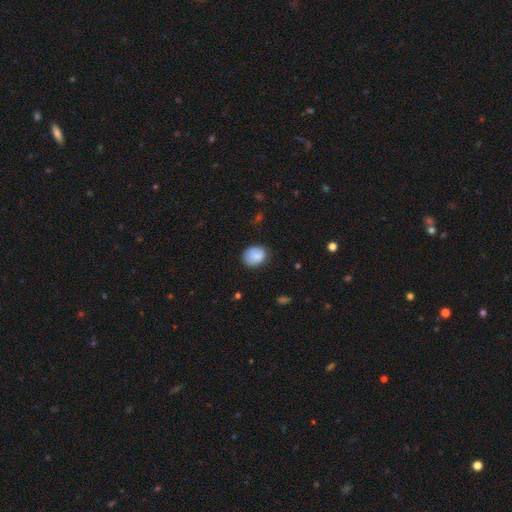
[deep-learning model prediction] Q: Smooth or featured?
A: smooth (82%); runner-up: featured or disk (10%)
Q: How rounded?
A: round (55%); runner-up: in between (44%)
Q: Merging?
A: none (72%); runner-up: minor disturbance (21%)